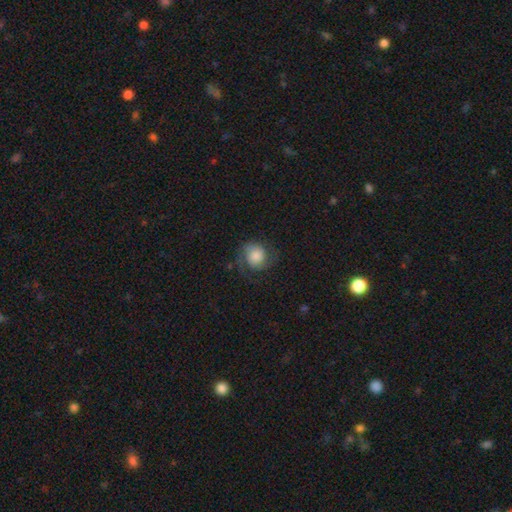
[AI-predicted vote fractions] Smooth or featured? featured or disk (60%)
Edge-on disk? no (98%)
Bar? no (76%)
Spiral arms? yes (94%)
Spiral winding? medium (45%)
Spiral arm count? 2 (85%)
Bulge size? large (39%)
Merging? none (70%)